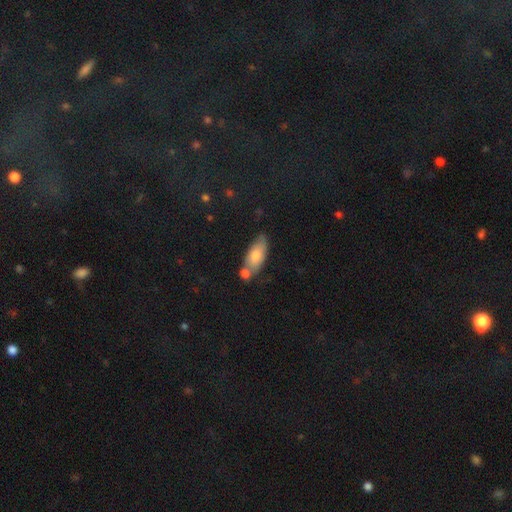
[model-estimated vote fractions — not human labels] A smooth galaxy with no disk features (73%) that is in between round and cigar-shaped (84%).

Vote fractions:
- Smooth or featured? smooth: 73% / featured or disk: 20% / star or artifact: 6%
- How rounded? in between: 84% / cigar-shaped: 13% / round: 3%
- Merging? none: 50% / merger: 26% / minor disturbance: 19% / major disturbance: 5%